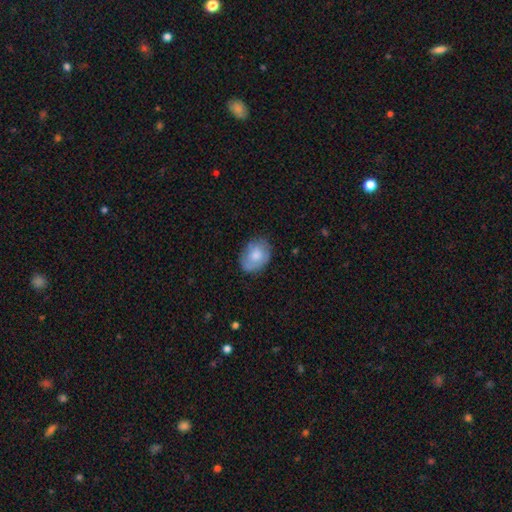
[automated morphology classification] This appears to be a smooth galaxy with no disk features (68%) that is in between round and cigar-shaped (68%). Merging: none (73%).